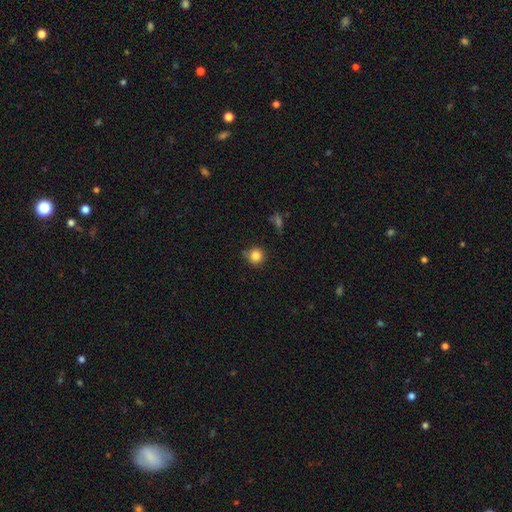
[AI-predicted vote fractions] The model was most divided on "merging": none: 79%, minor disturbance: 15%, merger: 3%, major disturbance: 3%. More confident: how rounded — round (93%); smooth or featured — smooth (83%).